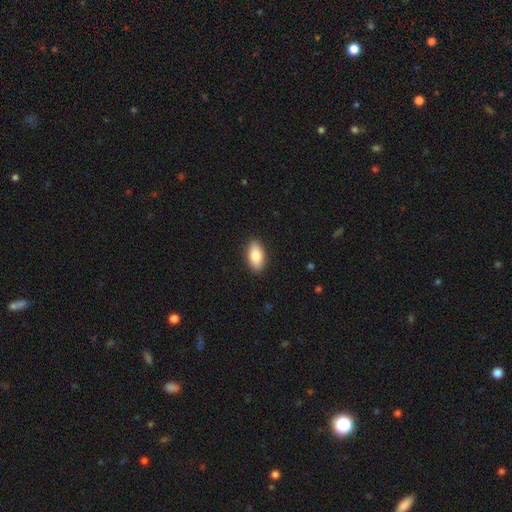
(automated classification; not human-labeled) smooth_or_featured: smooth (p=0.84) [alt: featured or disk p=0.09]
how_rounded: in between (p=0.91) [alt: cigar-shaped p=0.06]
merging: none (p=0.90) [alt: minor disturbance p=0.07]